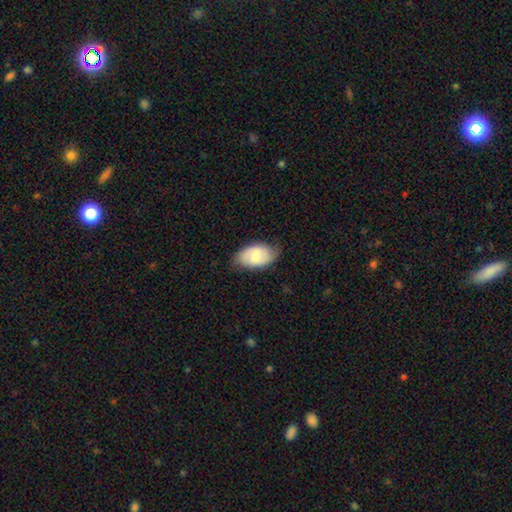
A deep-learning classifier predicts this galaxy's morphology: Smooth or featured? smooth (55%)
How rounded? in between (93%)
Merging? none (73%)